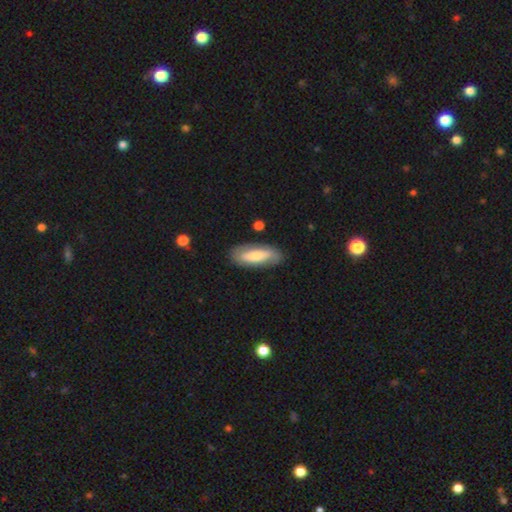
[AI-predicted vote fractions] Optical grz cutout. It shows a smooth galaxy with no disk features (55%) that is in between round and cigar-shaped (69%). Merging: none (80%).